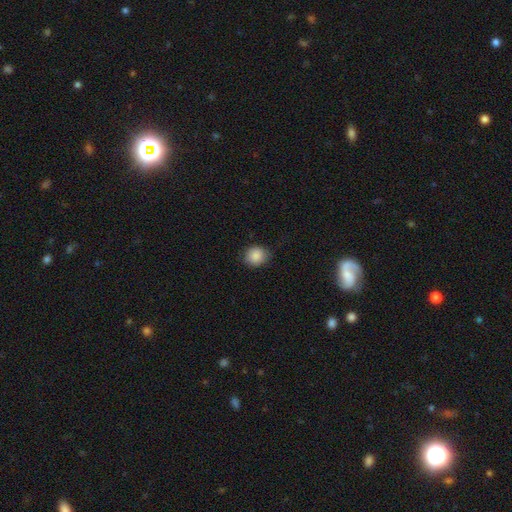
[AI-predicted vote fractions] Smooth or featured? Predicted: smooth (p=0.87). How rounded? Predicted: round (p=0.77). Merging? Predicted: none (p=0.81).